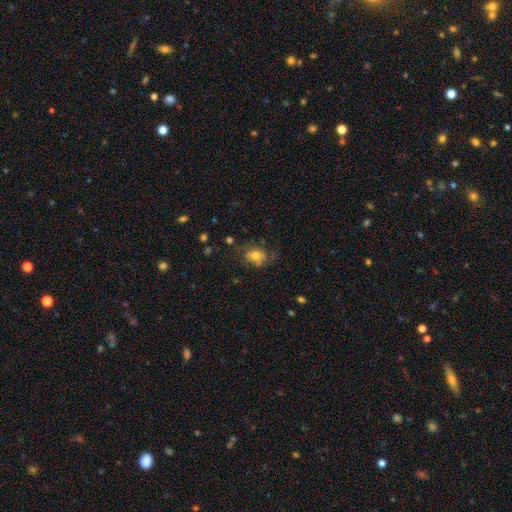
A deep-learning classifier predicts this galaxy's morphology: smooth_or_featured: smooth (p=0.70) [alt: featured or disk p=0.20]
how_rounded: in between (p=0.58) [alt: round p=0.41]
merging: none (p=0.57) [alt: minor disturbance p=0.26]